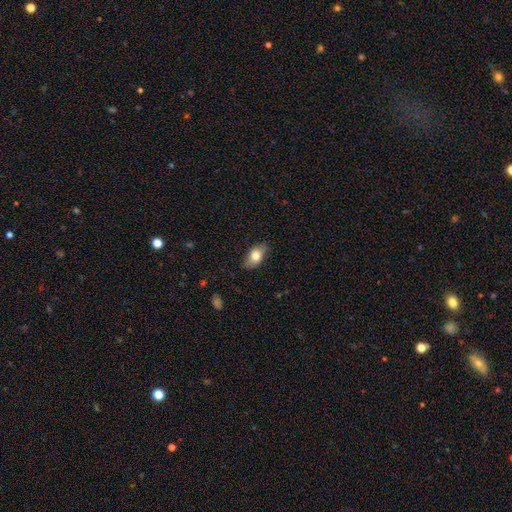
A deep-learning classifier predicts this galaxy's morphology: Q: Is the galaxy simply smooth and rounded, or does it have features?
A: smooth — 74%.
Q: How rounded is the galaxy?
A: in between — 87%.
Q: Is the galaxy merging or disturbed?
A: none — 78%.